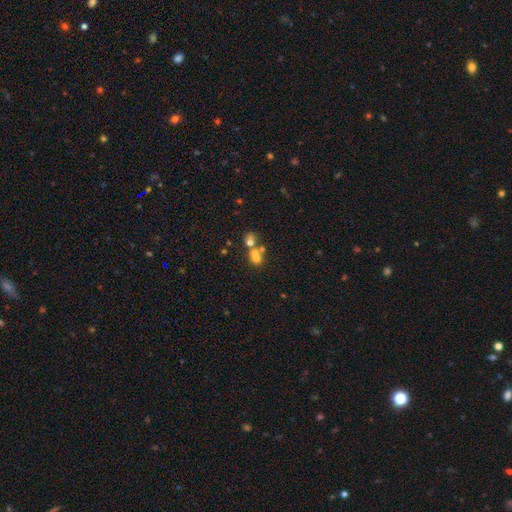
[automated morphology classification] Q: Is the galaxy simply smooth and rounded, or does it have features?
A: smooth — 60%.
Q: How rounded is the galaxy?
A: round — 60%.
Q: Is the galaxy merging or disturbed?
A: merger — 61%.